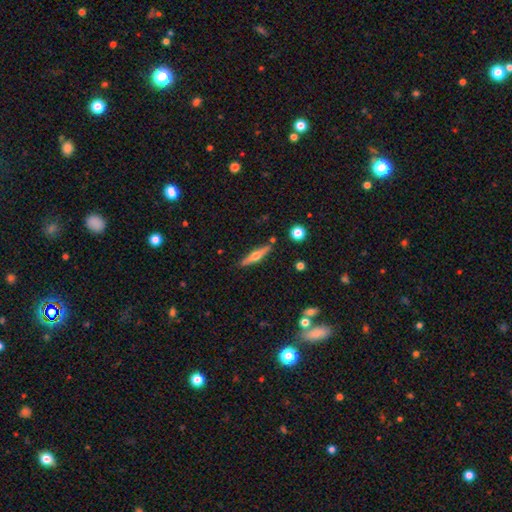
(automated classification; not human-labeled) Overall: featured or disk (63%; smooth 31%). Edge-on disk: yes (96%). Edge-on bulge: rounded (94%). Merging: none (86%).